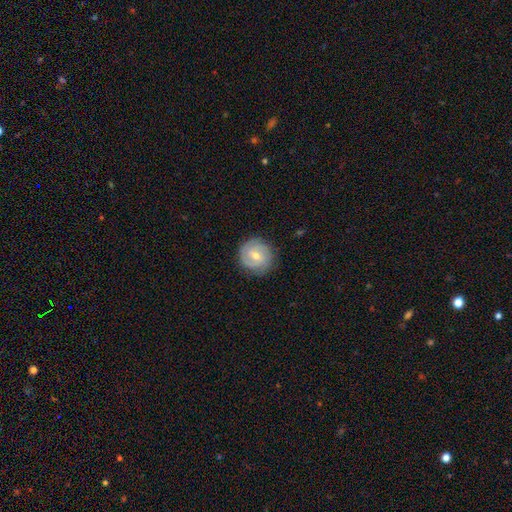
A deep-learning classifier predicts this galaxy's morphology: smooth_or_featured: featured or disk (p=0.76) [alt: smooth p=0.17]
disk_edge_on: no (p=0.98) [alt: yes p=0.02]
bar: weak (p=0.45) [alt: no p=0.44]
has_spiral_arms: yes (p=0.94) [alt: no p=0.06]
spiral_winding: tight (p=0.68) [alt: medium p=0.26]
spiral_arm_count: 2 (p=0.49) [alt: 3 p=0.20]
bulge_size: small (p=0.49) [alt: moderate p=0.48]
merging: none (p=0.86) [alt: minor disturbance p=0.10]